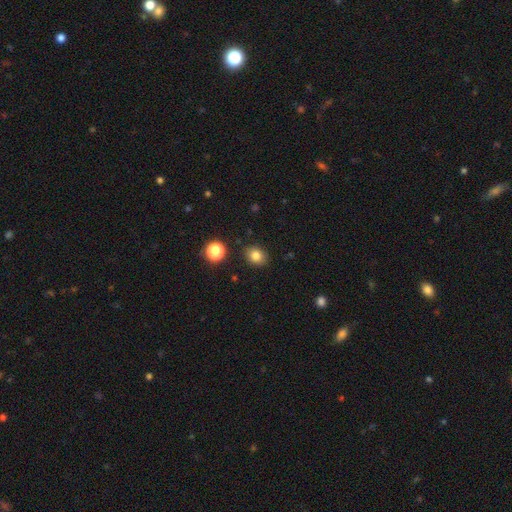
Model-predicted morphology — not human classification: The model was most divided on "how rounded": round: 54%, in between: 45%, cigar-shaped: 1%. More confident: merging — none (88%); smooth or featured — smooth (81%).